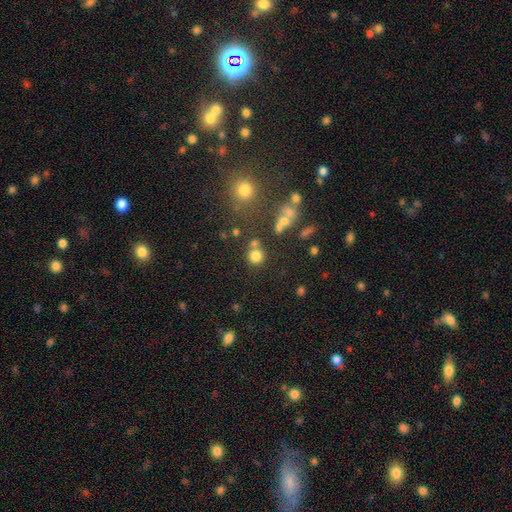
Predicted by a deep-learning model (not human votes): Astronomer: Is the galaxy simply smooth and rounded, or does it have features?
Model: smooth — 77%.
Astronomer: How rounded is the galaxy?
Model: round — 90%.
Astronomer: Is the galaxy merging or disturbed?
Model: none — 67%.